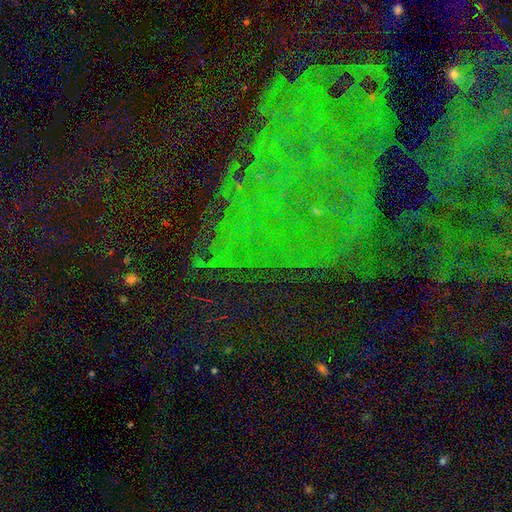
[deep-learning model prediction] Smooth or featured: star or artifact — 75% (featured or disk — 14%)